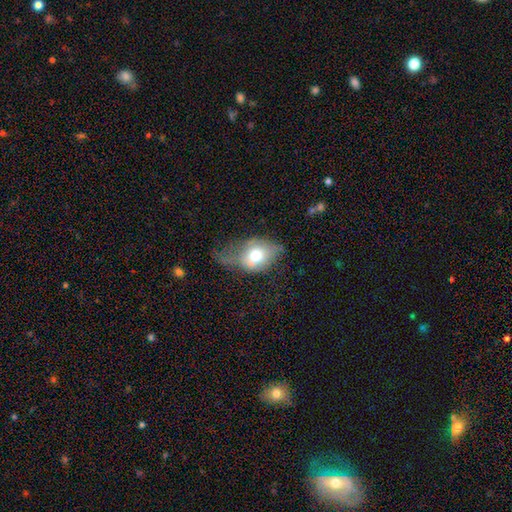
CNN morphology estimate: The model was most divided on "merging": minor disturbance: 34%, none: 33%, major disturbance: 31%, merger: 3%. More confident: how rounded — in between (69%); smooth or featured — smooth (65%).